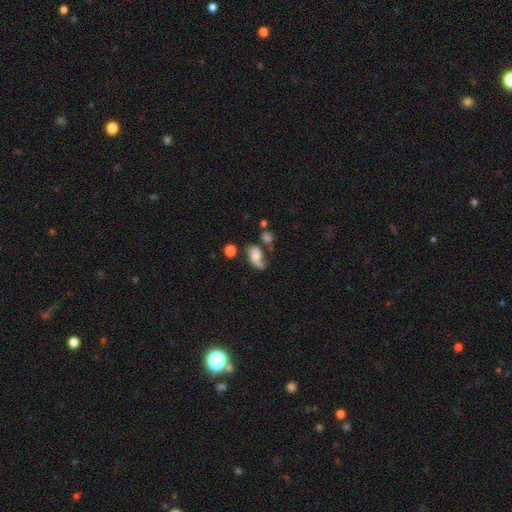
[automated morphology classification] smooth_or_featured: featured or disk (p=0.59) [alt: smooth p=0.31]
disk_edge_on: no (p=0.96) [alt: yes p=0.04]
bar: no (p=0.64) [alt: weak p=0.29]
has_spiral_arms: yes (p=0.87) [alt: no p=0.13]
bulge_size: moderate (p=0.45) [alt: small p=0.26]
merging: none (p=0.42) [alt: minor disturbance p=0.23]